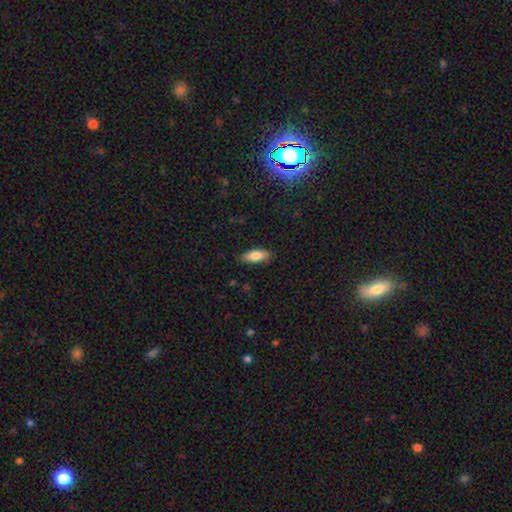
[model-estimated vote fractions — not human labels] smooth-or-featured: smooth: 81% | featured or disk: 13% | star or artifact: 7%
  how-rounded: in between: 74% | cigar-shaped: 24% | round: 2%
  merging: none: 83% | minor disturbance: 13% | major disturbance: 3% | merger: 1%